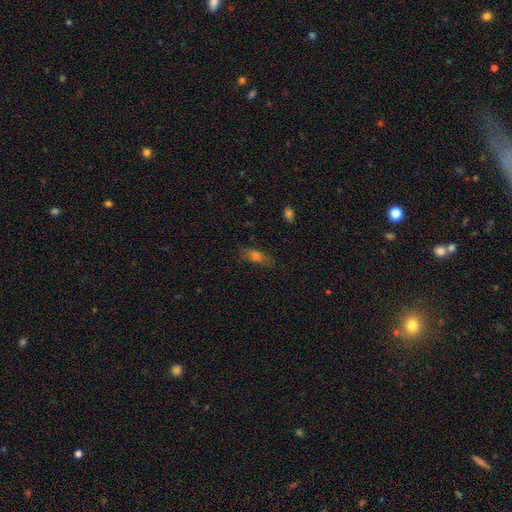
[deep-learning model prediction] The model was most divided on "how rounded": in between: 49%, cigar-shaped: 44%, round: 7%. More confident: merging — none (79%); smooth or featured — smooth (52%).